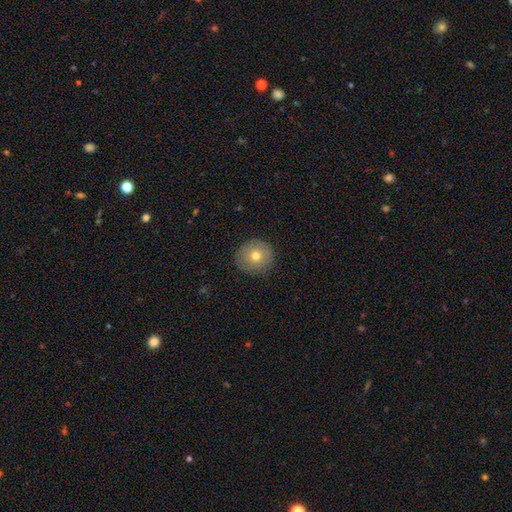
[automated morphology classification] Smooth or featured: smooth — 72% (featured or disk — 18%)
How rounded: round — 91% (in between — 8%)
Merging: none — 88% (minor disturbance — 9%)